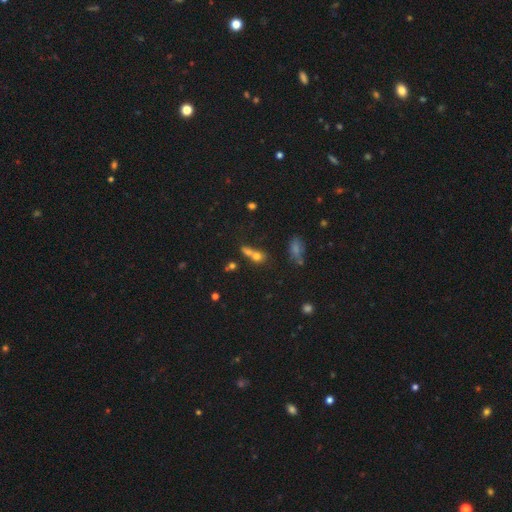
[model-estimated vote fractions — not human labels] Smooth or featured: smooth — 58% (star or artifact — 25%)
How rounded: round — 53% (in between — 39%)
Merging: merger — 44% (none — 40%)